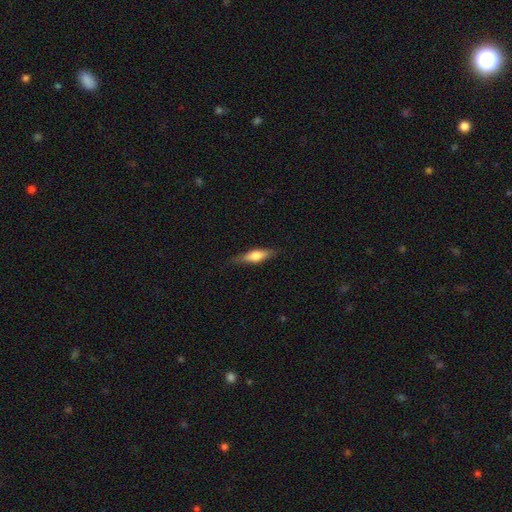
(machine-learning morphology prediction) smooth_or_featured: smooth (p=0.56) [alt: featured or disk p=0.37]
how_rounded: cigar-shaped (p=0.55) [alt: in between p=0.42]
merging: none (p=0.80) [alt: minor disturbance p=0.15]